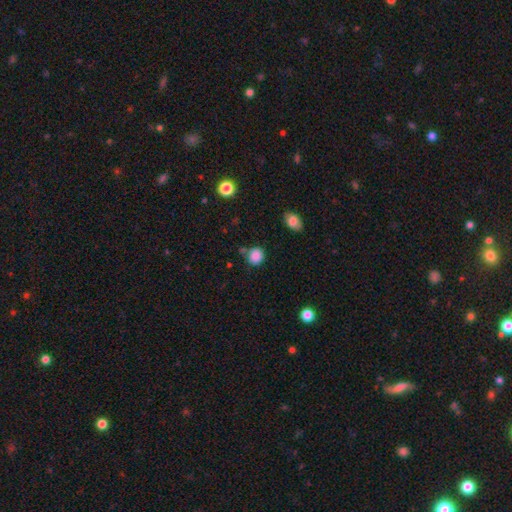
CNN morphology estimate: Q: Smooth or featured?
A: smooth (86%); runner-up: star or artifact (10%)
Q: How rounded?
A: round (81%); runner-up: in between (18%)
Q: Merging?
A: none (73%); runner-up: minor disturbance (15%)